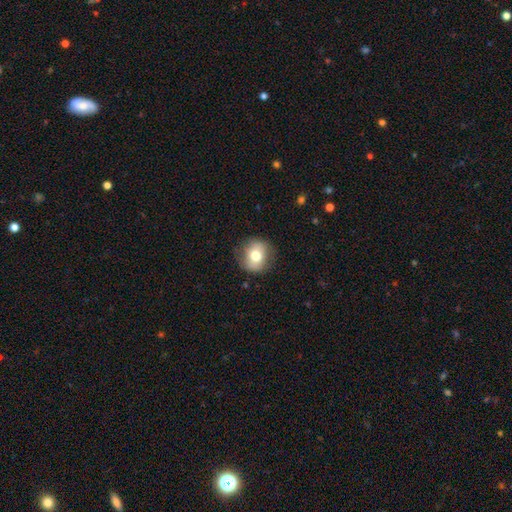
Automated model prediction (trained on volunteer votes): Smooth or featured?
  - smooth: 71% *
  - featured or disk: 20%
  - star or artifact: 8%
How rounded?
  - round: 80% *
  - in between: 19%
  - cigar-shaped: 1%
Merging?
  - none: 83% *
  - minor disturbance: 13%
  - major disturbance: 4%
  - merger: 1%